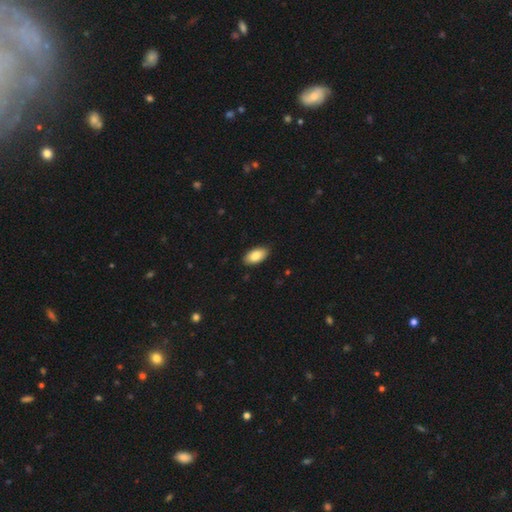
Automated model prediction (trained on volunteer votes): Overall: smooth (88%). How rounded: in between (94%). Merging: none (85%).